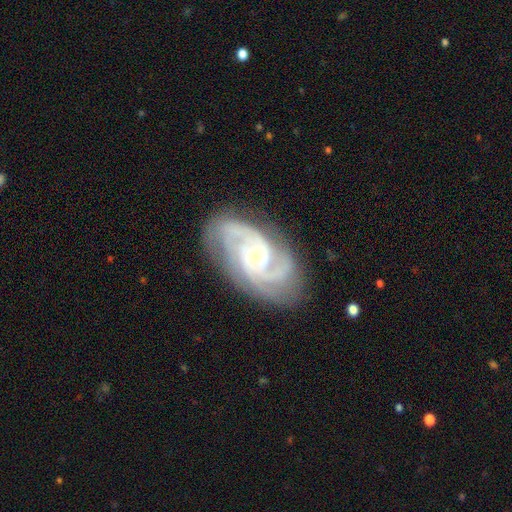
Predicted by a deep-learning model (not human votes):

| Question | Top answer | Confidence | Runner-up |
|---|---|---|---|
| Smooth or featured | featured or disk | 92% | star or artifact (5%) |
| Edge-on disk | no | 97% | yes (3%) |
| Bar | no | 63% | weak (28%) |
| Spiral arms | yes | 98% | no (2%) |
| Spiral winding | tight | 57% | medium (38%) |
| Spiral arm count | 3 | 45% | 2 (25%) |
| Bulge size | small | 75% | moderate (21%) |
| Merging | none | 78% | minor disturbance (16%) |